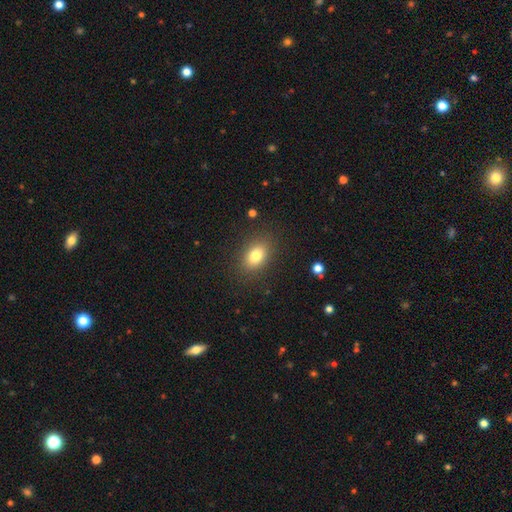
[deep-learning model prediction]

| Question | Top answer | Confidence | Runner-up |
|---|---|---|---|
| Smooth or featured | smooth | 79% | star or artifact (11%) |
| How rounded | in between | 77% | round (21%) |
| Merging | none | 86% | minor disturbance (9%) |